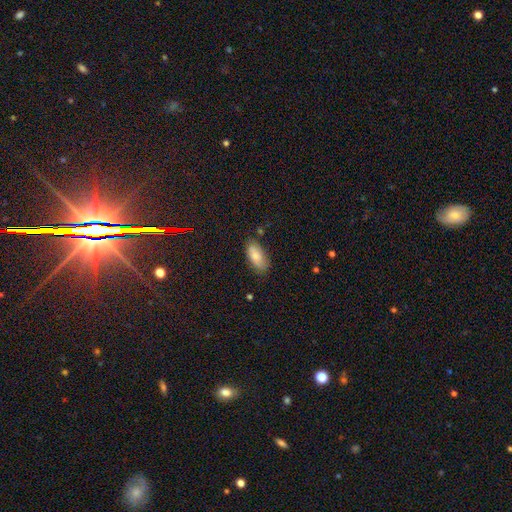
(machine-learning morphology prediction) Overall: smooth (79%). How rounded: in between (89%). Merging: none (76%).